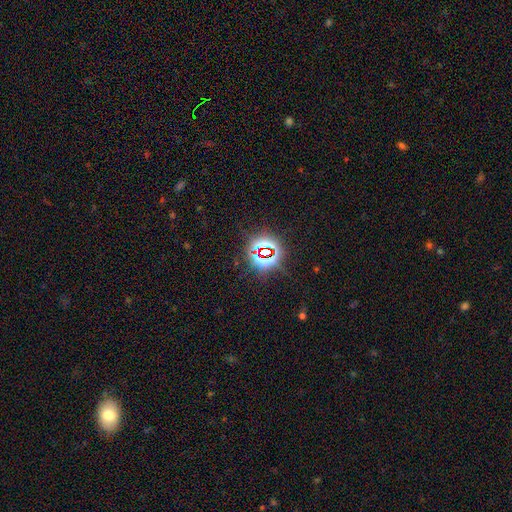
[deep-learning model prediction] Q: Smooth or featured?
A: star or artifact (78%); runner-up: smooth (14%)